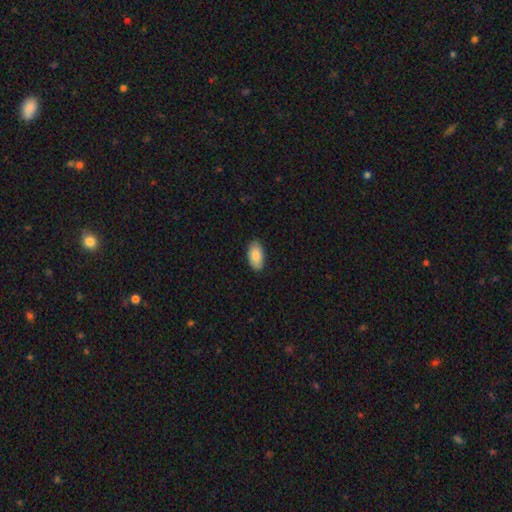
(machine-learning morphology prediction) Smooth or featured: smooth — 88% (star or artifact — 6%)
How rounded: in between — 95% (round — 3%)
Merging: none — 85% (minor disturbance — 12%)